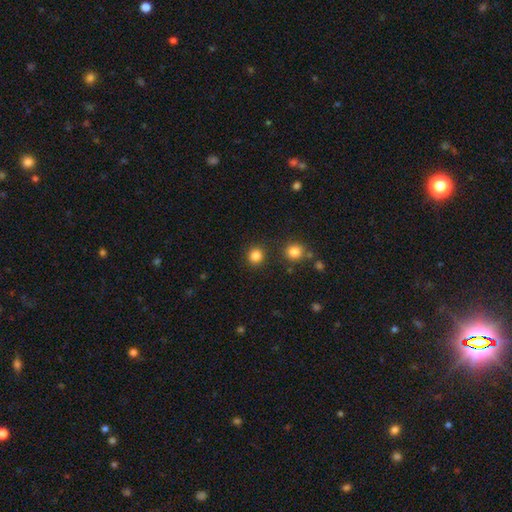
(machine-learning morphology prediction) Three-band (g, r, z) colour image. It shows a smooth galaxy with no disk features (85%) that is round (88%). Merging: none (88%).